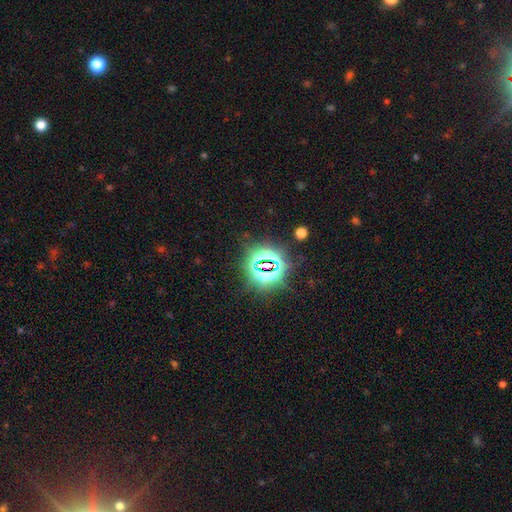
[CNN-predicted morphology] The model was most divided on "smooth or featured": star or artifact: 78%, smooth: 13%, featured or disk: 9%.